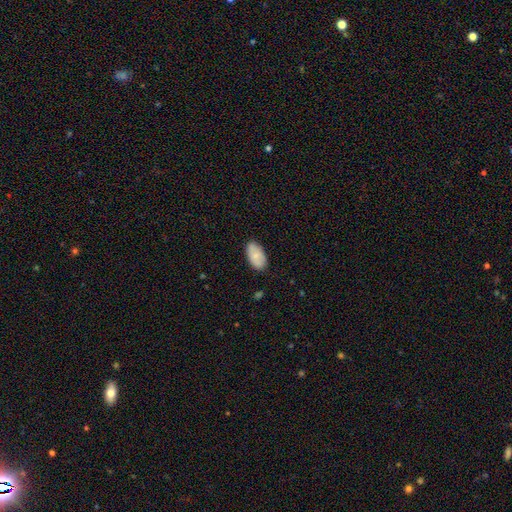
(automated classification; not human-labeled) Smooth or featured: smooth — 81% (featured or disk — 13%)
How rounded: in between — 95% (round — 3%)
Merging: none — 80% (minor disturbance — 16%)